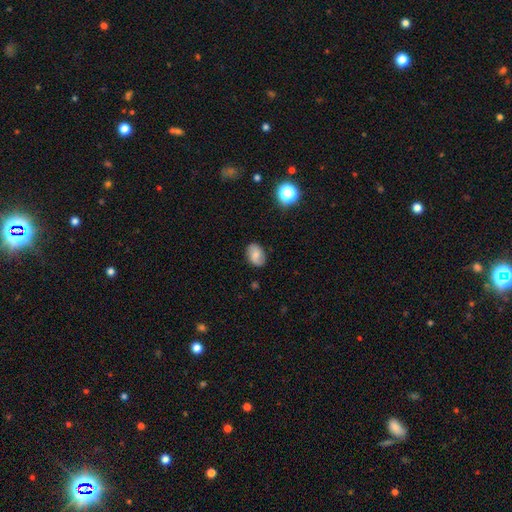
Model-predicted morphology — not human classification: Smooth or featured?
  - smooth: 64% *
  - featured or disk: 26%
  - star or artifact: 10%
How rounded?
  - in between: 77% *
  - round: 22%
  - cigar-shaped: 1%
Merging?
  - none: 81% *
  - minor disturbance: 14%
  - major disturbance: 3%
  - merger: 1%